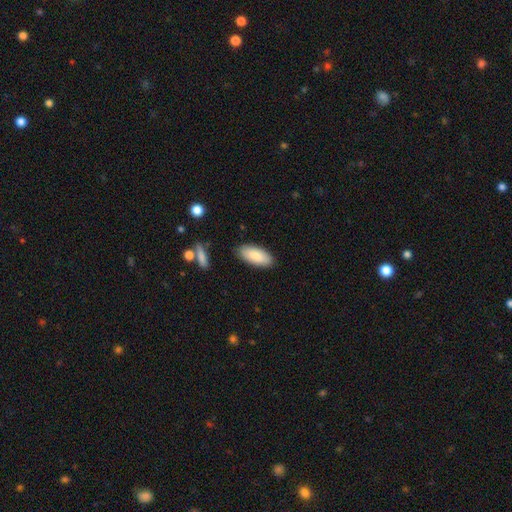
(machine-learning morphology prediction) type=smooth (86%); roundness=in between (85%); merging=none (86%).